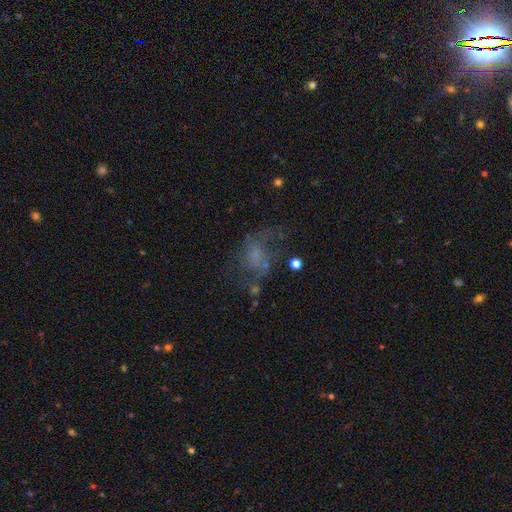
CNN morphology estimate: Smooth or featured: featured or disk — 45% (smooth — 34%)
Merging: none — 40% (major disturbance — 35%)